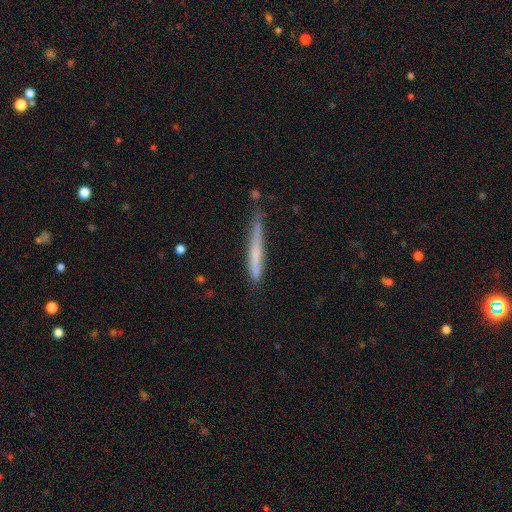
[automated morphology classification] Overall: smooth (60%; featured or disk 34%). How rounded: cigar-shaped (96%). Merging: none (71%).